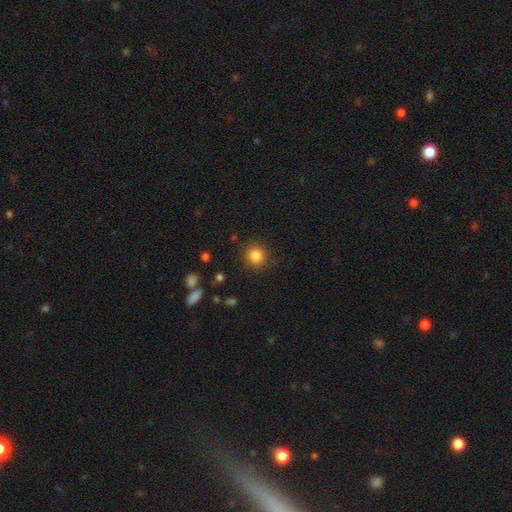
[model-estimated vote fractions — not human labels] Overall: smooth (84%). How rounded: round (92%). Merging: none (89%).